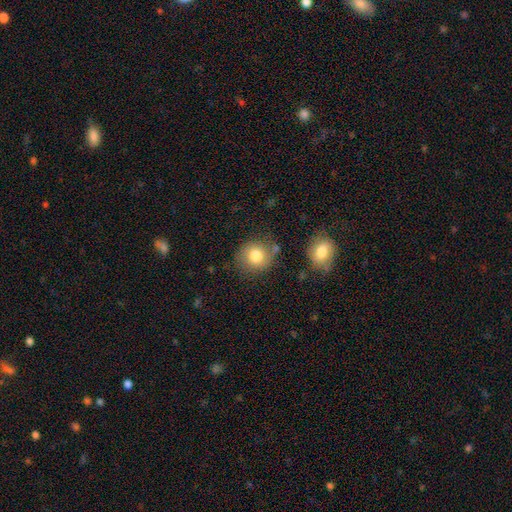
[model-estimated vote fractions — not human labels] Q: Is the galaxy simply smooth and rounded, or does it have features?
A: smooth — 79%.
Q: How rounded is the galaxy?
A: round — 84%.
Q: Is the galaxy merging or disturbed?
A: none — 73%.